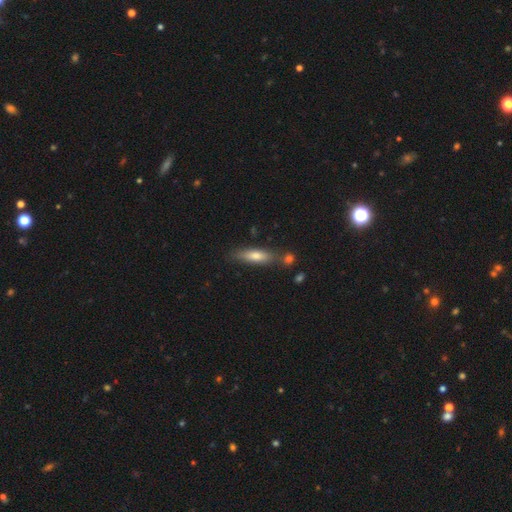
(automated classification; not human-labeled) Smooth or featured?
  - smooth: 67% *
  - featured or disk: 26%
  - star or artifact: 7%
How rounded?
  - cigar-shaped: 69% *
  - in between: 29%
  - round: 2%
Merging?
  - none: 75% *
  - minor disturbance: 14%
  - merger: 8%
  - major disturbance: 3%